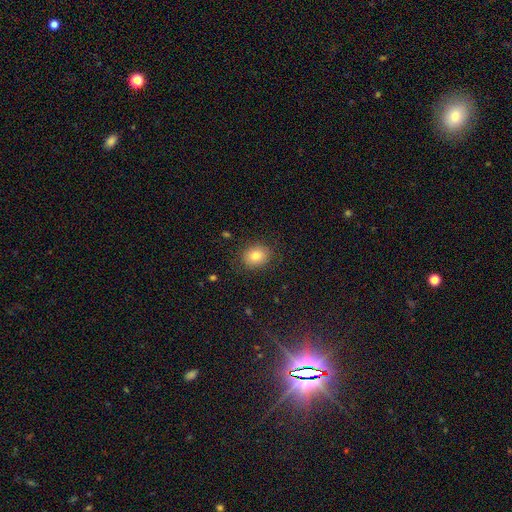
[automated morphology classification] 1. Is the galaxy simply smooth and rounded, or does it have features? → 80% smooth, 10% star or artifact, 10% featured or disk.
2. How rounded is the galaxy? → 57% round, 42% in between, 1% cigar-shaped.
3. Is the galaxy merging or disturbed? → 86% none, 10% minor disturbance, 3% major disturbance, 1% merger.